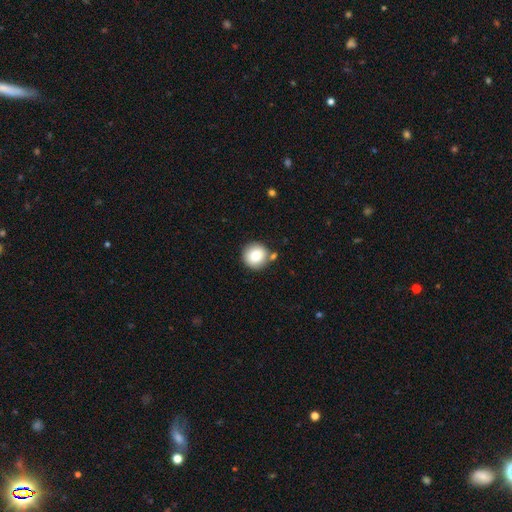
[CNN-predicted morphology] Smooth or featured?
  - smooth: 79% *
  - featured or disk: 11%
  - star or artifact: 9%
How rounded?
  - round: 95% *
  - in between: 4%
  - cigar-shaped: 1%
Merging?
  - none: 78% *
  - minor disturbance: 10%
  - merger: 9%
  - major disturbance: 3%